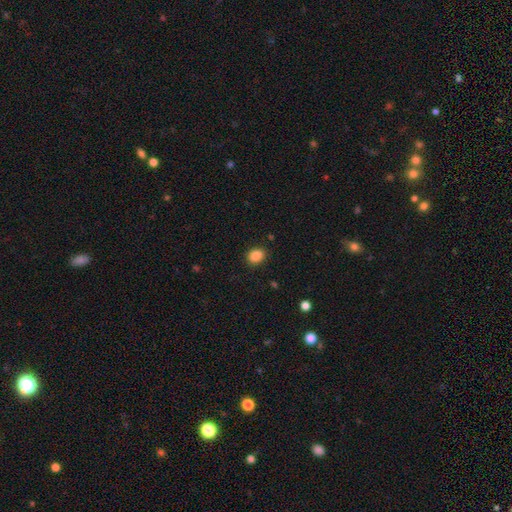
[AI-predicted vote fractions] Smooth or featured: smooth — 87% (star or artifact — 9%)
How rounded: in between — 55% (round — 44%)
Merging: none — 88% (minor disturbance — 8%)